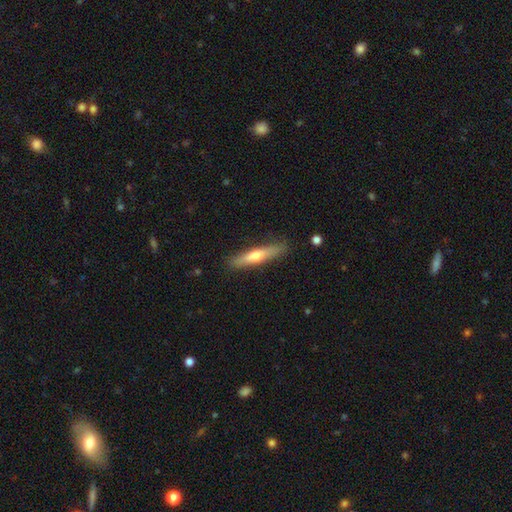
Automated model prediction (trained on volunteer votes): smooth 54%, featured or disk 40%, star or artifact 6%. Down the decision tree: how rounded — cigar-shaped (87%); merging — none (87%).